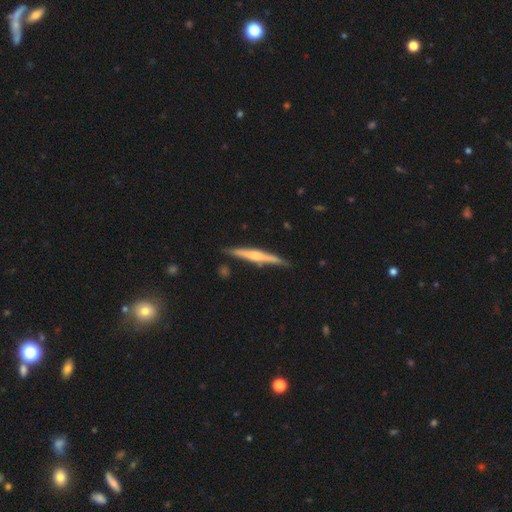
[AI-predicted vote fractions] Q: Smooth or featured?
A: featured or disk (64%); runner-up: smooth (30%)
Q: Edge-on disk?
A: yes (98%); runner-up: no (2%)
Q: Edge-on bulge?
A: rounded (64%); runner-up: none (18%)
Q: Merging?
A: none (86%); runner-up: minor disturbance (10%)